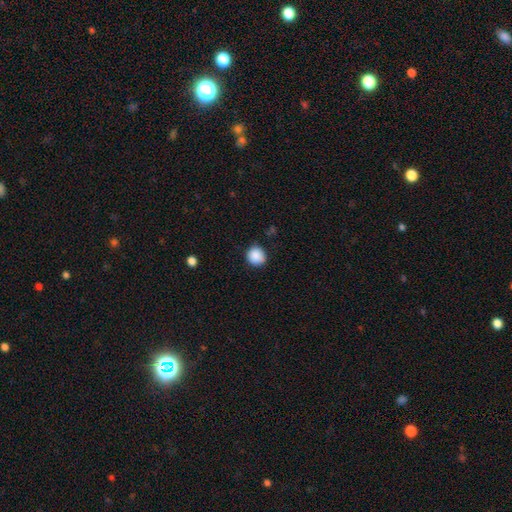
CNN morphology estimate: Overall: smooth (88%). How rounded: round (90%). Merging: none (86%).